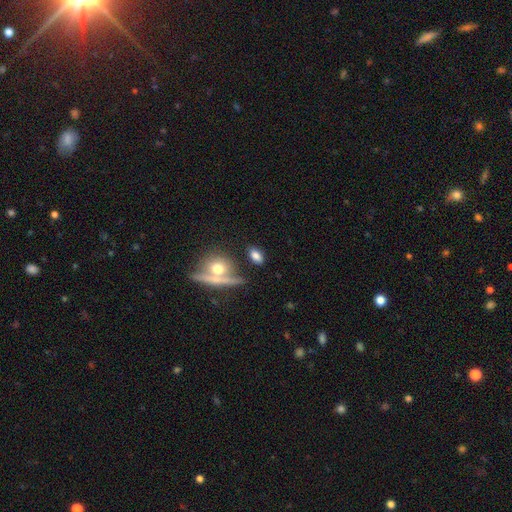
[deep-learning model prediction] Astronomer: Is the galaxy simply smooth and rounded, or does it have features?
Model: smooth — 78%.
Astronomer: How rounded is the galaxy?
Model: in between — 84%.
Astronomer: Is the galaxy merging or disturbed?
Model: none — 76%.